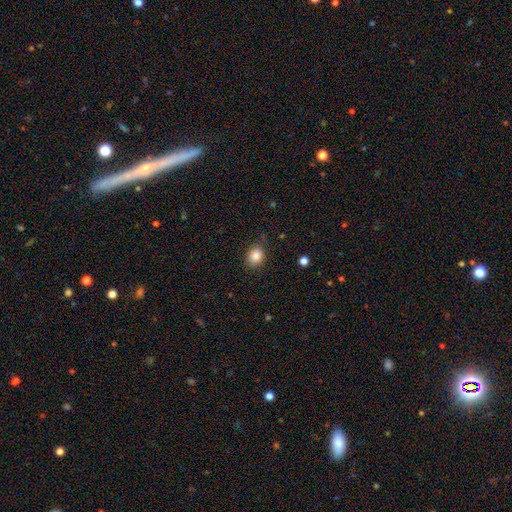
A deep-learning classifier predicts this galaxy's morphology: Overall: smooth (85%). How rounded: round (54%; in between 45%). Merging: none (78%).